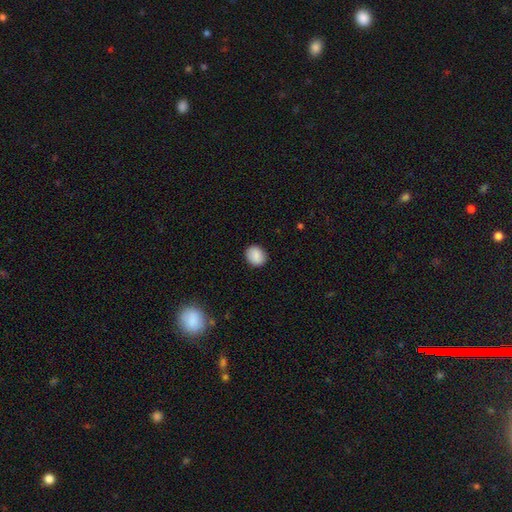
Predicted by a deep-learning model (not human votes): The model was most divided on "how rounded": round: 67%, in between: 32%, cigar-shaped: 1%. More confident: merging — none (88%); smooth or featured — smooth (87%).